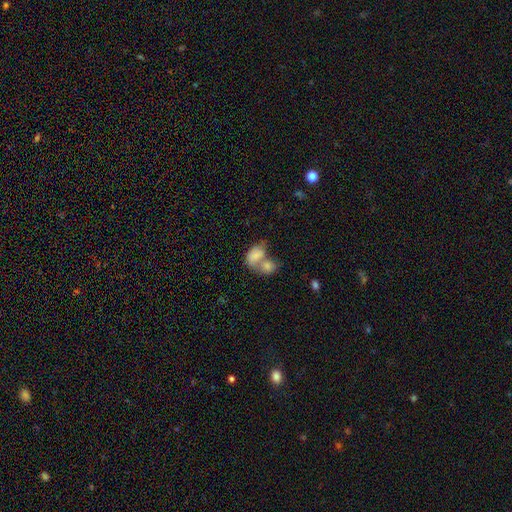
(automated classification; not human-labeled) Morphology: type=smooth (79%); roundness=in between (85%); merging=merger (70%).